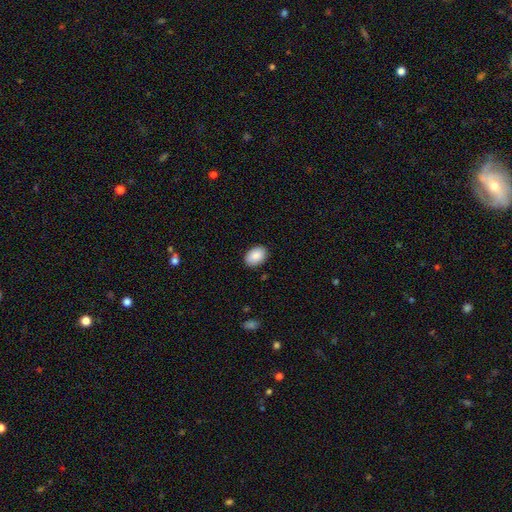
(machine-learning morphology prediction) Q: Smooth or featured?
A: smooth (89%); runner-up: star or artifact (7%)
Q: How rounded?
A: in between (80%); runner-up: round (19%)
Q: Merging?
A: none (89%); runner-up: minor disturbance (8%)